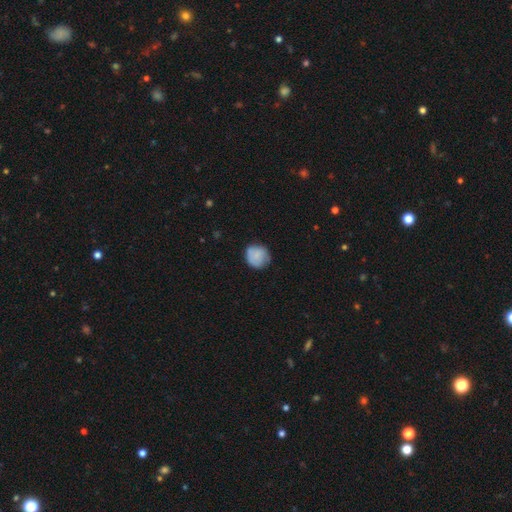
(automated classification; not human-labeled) Smooth or featured? Predicted: smooth (p=0.81). How rounded? Predicted: round (p=0.87). Merging? Predicted: none (p=0.75).